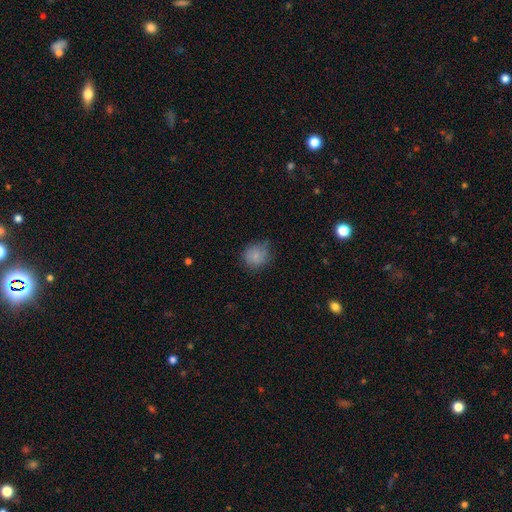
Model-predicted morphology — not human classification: A smooth galaxy with no disk features (78%) that is round (78%). Merging: none (62%).